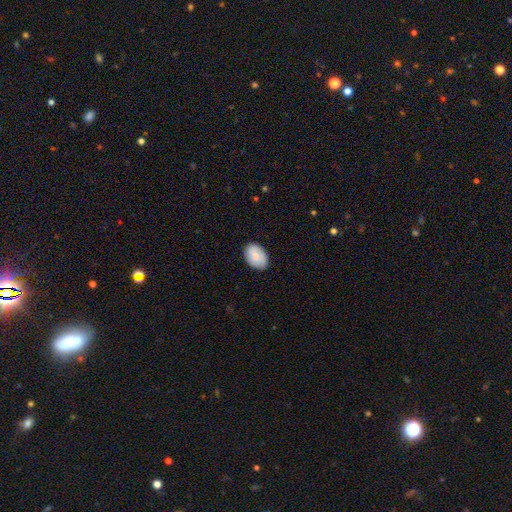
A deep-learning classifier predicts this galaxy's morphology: Overall: smooth (81%). How rounded: in between (83%). Merging: none (84%).